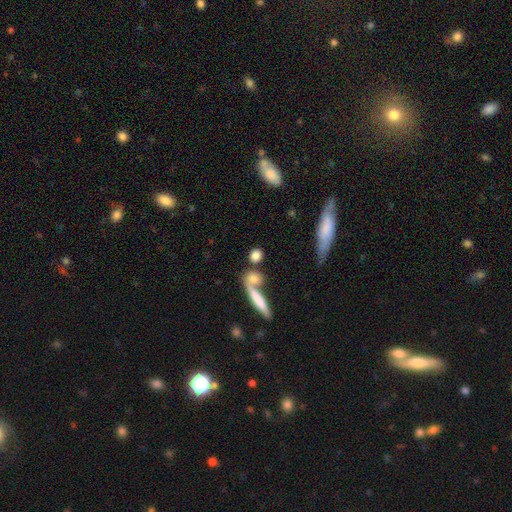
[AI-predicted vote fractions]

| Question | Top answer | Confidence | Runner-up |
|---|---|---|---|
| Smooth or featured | smooth | 80% | featured or disk (12%) |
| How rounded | round | 53% | in between (28%) |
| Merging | none | 58% | merger (27%) |